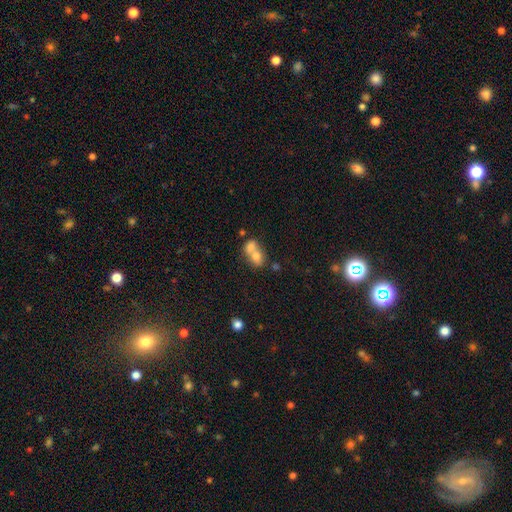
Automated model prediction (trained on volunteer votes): Morphology: type=smooth (72%); roundness=in between (58%); merging=merger (72%).